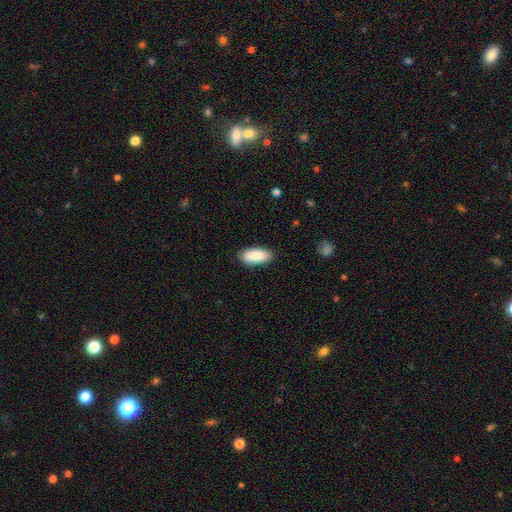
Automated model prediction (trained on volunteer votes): This appears to be a smooth galaxy with no disk features (86%) that is in between round and cigar-shaped (91%). Merging: none (86%).